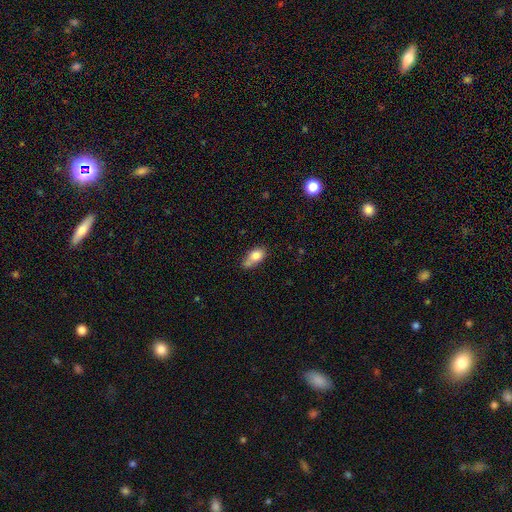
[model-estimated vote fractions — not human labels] Smooth or featured? Predicted: smooth (p=0.78). How rounded? Predicted: in between (p=0.81). Merging? Predicted: none (p=0.42).